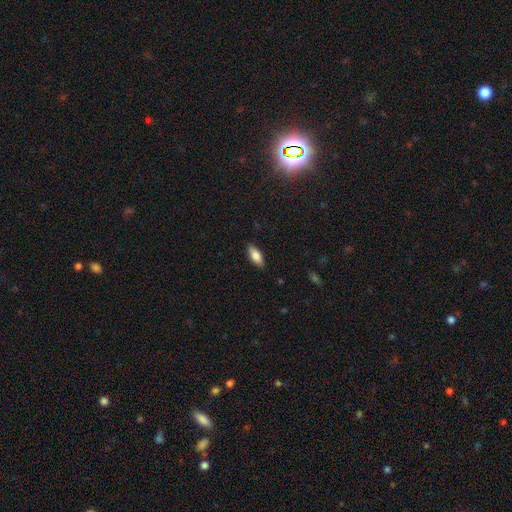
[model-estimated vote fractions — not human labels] Smooth or featured: smooth — 82% (featured or disk — 12%)
How rounded: in between — 81% (cigar-shaped — 17%)
Merging: none — 87% (minor disturbance — 10%)